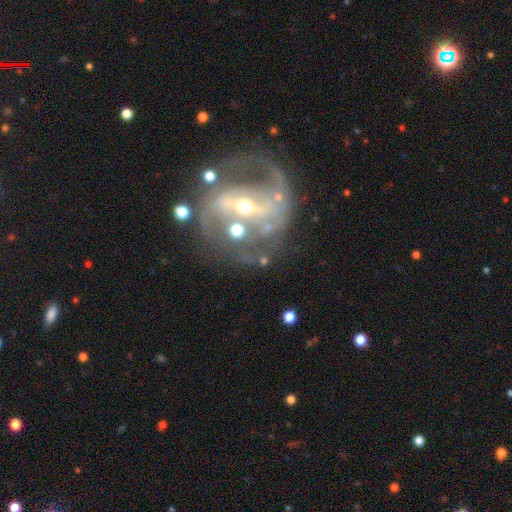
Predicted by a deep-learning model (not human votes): Smooth or featured: featured or disk — 88% (star or artifact — 7%)
Edge-on disk: no — 96% (yes — 4%)
Bar: strong — 62% (weak — 26%)
Spiral arms: yes — 91% (no — 9%)
Spiral winding: medium — 51% (tight — 25%)
Spiral arm count: 2 — 80% (can't tell — 8%)
Bulge size: small — 57% (moderate — 39%)
Merging: none — 62% (minor disturbance — 16%)